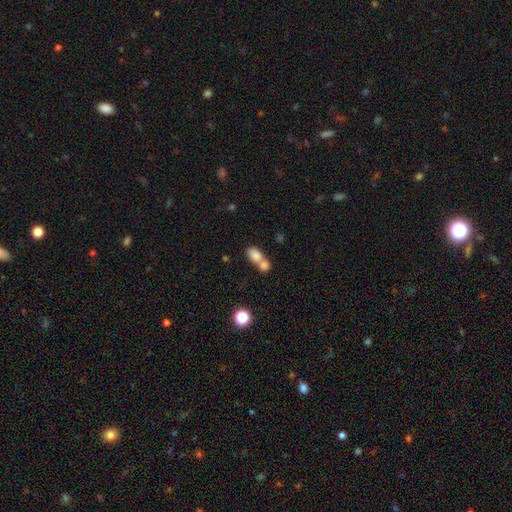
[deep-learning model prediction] The model was most divided on "merging": merger: 63%, none: 26%, minor disturbance: 7%, major disturbance: 4%. More confident: smooth or featured — smooth (80%); how rounded — in between (79%).